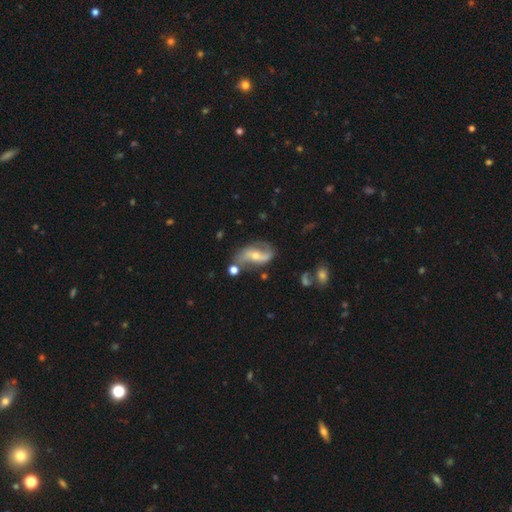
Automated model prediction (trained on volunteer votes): Q: Smooth or featured?
A: featured or disk (80%); runner-up: smooth (14%)
Q: Edge-on disk?
A: no (94%); runner-up: yes (6%)
Q: Bar?
A: no (36%); runner-up: weak (32%)
Q: Spiral arms?
A: yes (91%); runner-up: no (9%)
Q: Spiral winding?
A: loose (68%); runner-up: medium (24%)
Q: Spiral arm count?
A: 2 (88%); runner-up: can't tell (5%)
Q: Bulge size?
A: small (49%); runner-up: moderate (46%)
Q: Merging?
A: none (61%); runner-up: minor disturbance (21%)